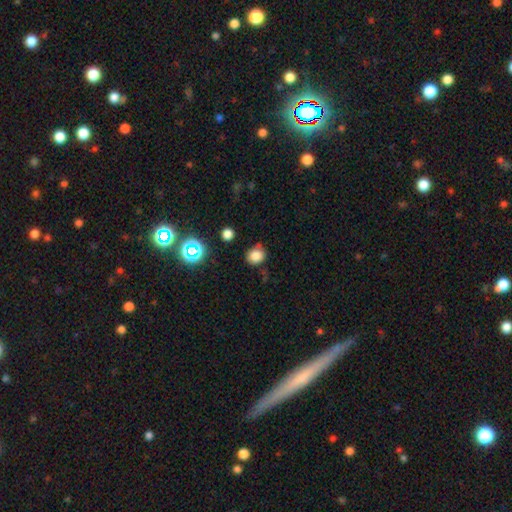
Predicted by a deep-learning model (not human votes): Smooth or featured?
  - smooth: 81% *
  - star or artifact: 14%
  - featured or disk: 6%
How rounded?
  - round: 75% *
  - in between: 24%
  - cigar-shaped: 1%
Merging?
  - none: 74% *
  - minor disturbance: 19%
  - major disturbance: 4%
  - merger: 3%